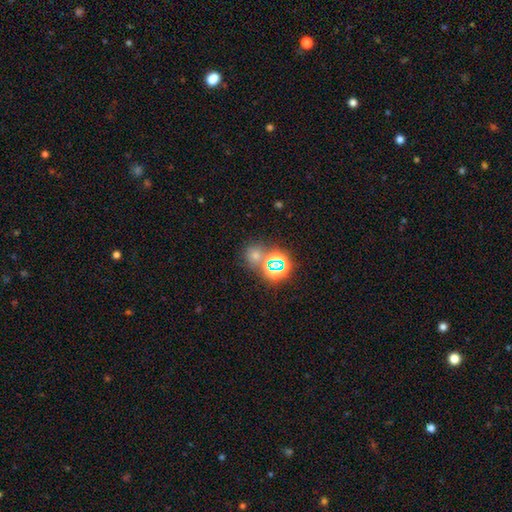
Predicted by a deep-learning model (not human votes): Smooth or featured: star or artifact — 57% (smooth — 34%)